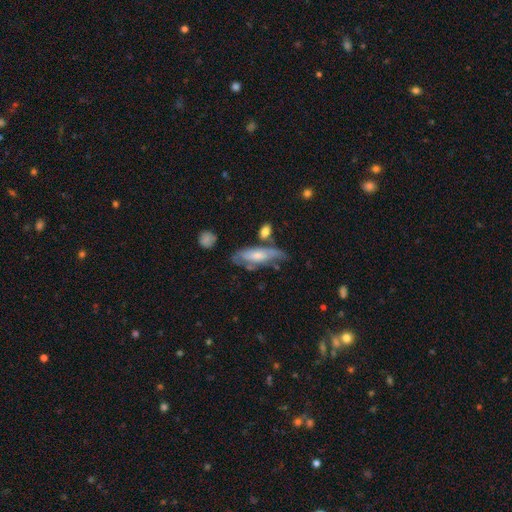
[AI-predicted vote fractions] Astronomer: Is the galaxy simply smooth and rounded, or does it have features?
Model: featured or disk — 52% (runner-up: smooth, 41%).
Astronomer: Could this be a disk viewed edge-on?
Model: no — 62% (runner-up: yes, 38%).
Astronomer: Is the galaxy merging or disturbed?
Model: none — 54%.